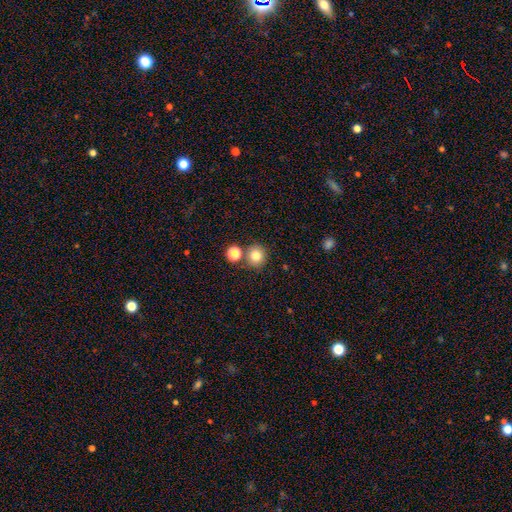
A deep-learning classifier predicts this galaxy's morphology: The model was most divided on "merging": none: 75%, merger: 14%, minor disturbance: 8%, major disturbance: 3%. More confident: how rounded — round (90%); smooth or featured — smooth (80%).